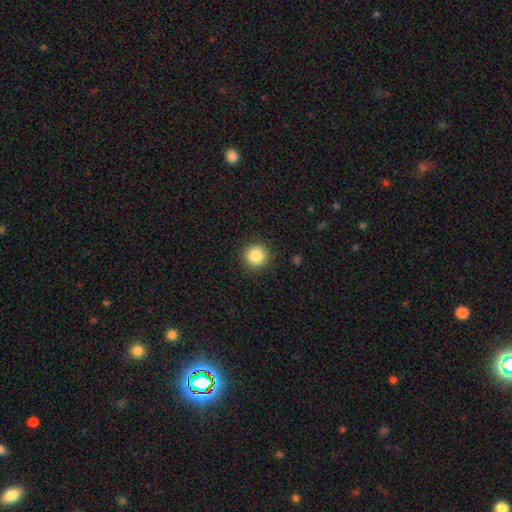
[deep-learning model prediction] Overall: smooth (87%). How rounded: round (94%). Merging: none (91%).